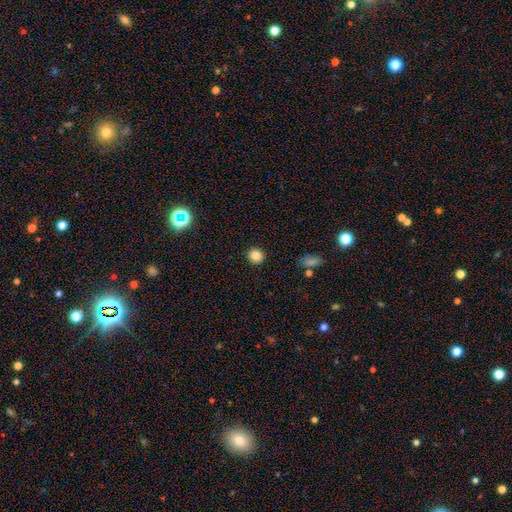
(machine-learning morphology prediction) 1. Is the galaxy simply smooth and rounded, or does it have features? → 85% smooth, 10% star or artifact, 5% featured or disk.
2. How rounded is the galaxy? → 89% round, 10% in between, 1% cigar-shaped.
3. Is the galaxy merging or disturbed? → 91% none, 6% minor disturbance, 2% major disturbance, 1% merger.